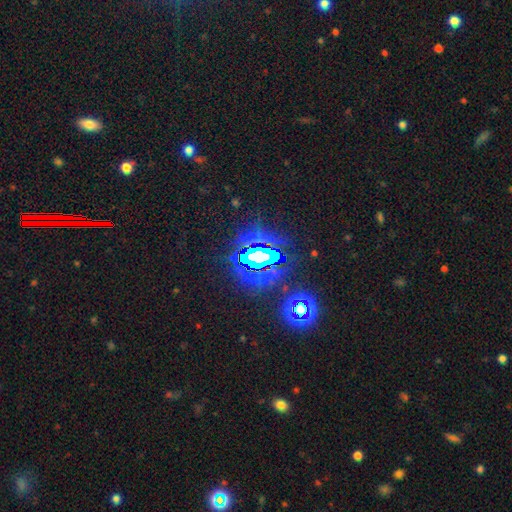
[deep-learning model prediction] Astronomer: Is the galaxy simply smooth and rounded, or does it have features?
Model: star or artifact — 80%.